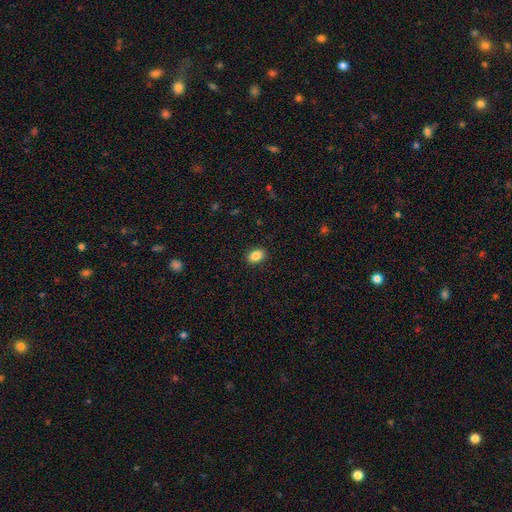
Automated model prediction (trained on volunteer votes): Smooth or featured: smooth — 87% (star or artifact — 8%)
How rounded: in between — 84% (round — 15%)
Merging: none — 89% (minor disturbance — 8%)